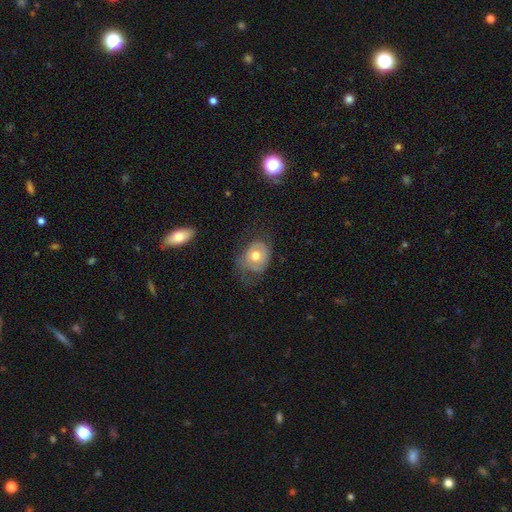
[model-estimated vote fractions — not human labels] Morphology: type=smooth (46%, tied with featured or disk); merging=none (41%).